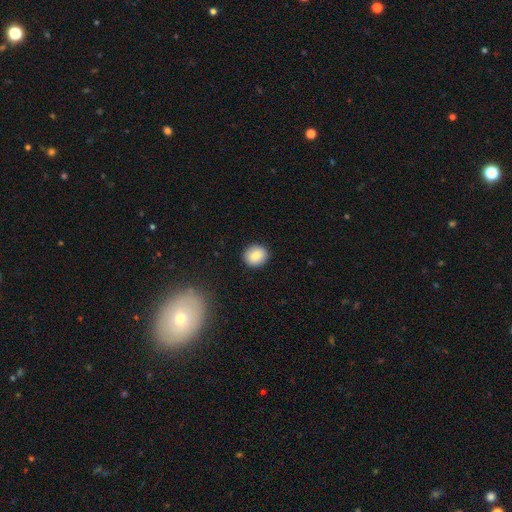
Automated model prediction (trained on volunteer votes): A smooth galaxy with no disk features (84%) that is round (80%).

Vote fractions:
- Smooth or featured? smooth: 84% / star or artifact: 9% / featured or disk: 7%
- How rounded? round: 80% / in between: 19% / cigar-shaped: 1%
- Merging? none: 91% / minor disturbance: 6% / major disturbance: 2% / merger: 1%